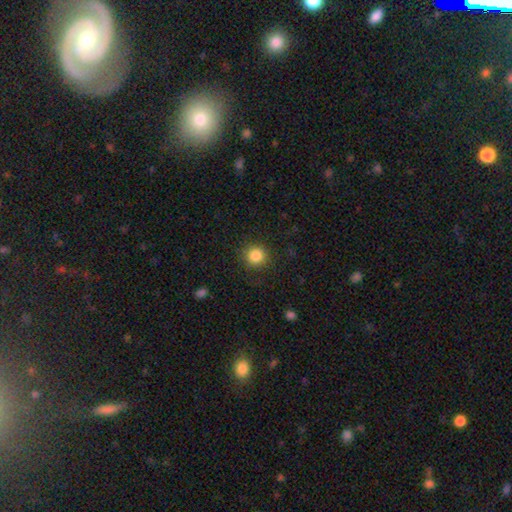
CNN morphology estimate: The model was most divided on "smooth or featured": smooth: 85%, star or artifact: 11%, featured or disk: 5%. More confident: how rounded — round (92%); merging — none (89%).